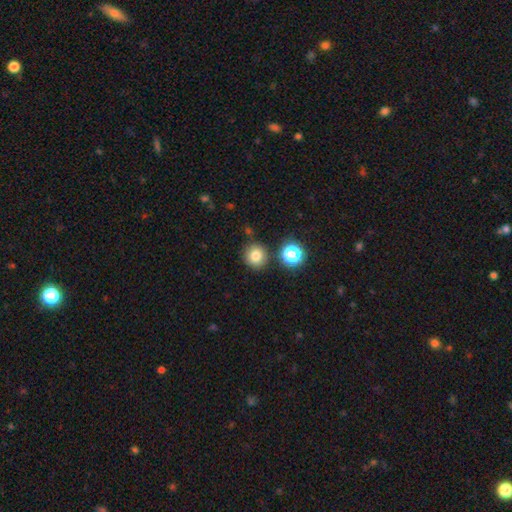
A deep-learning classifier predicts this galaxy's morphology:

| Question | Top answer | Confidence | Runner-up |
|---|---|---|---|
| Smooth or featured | smooth | 79% | star or artifact (14%) |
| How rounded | round | 92% | in between (7%) |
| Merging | none | 83% | minor disturbance (8%) |